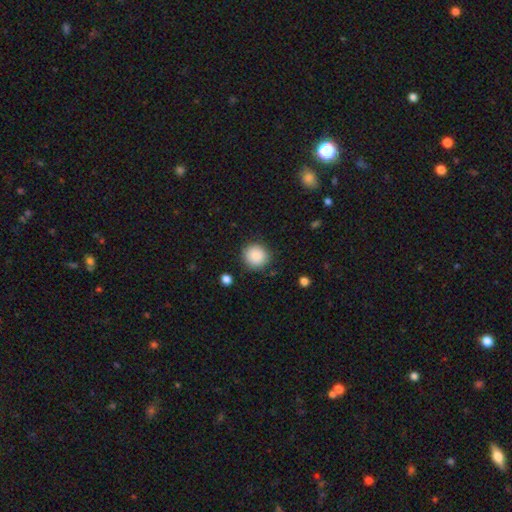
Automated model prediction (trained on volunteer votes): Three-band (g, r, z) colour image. It shows a smooth galaxy with no disk features (89%) that is round (92%). Merging: none (88%).